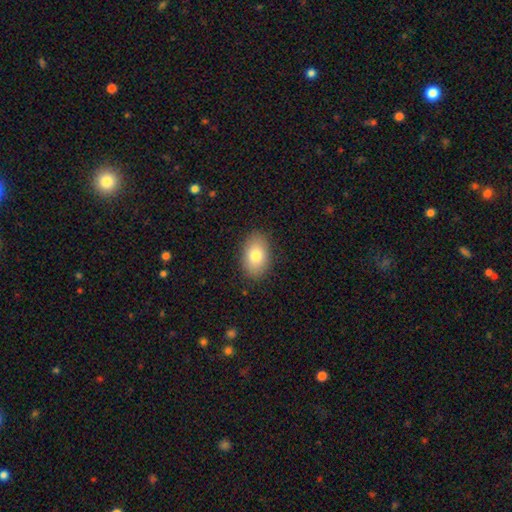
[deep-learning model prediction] This is likely a smooth galaxy (80%). How rounded: clearly in between (88%). Merging: clearly none (86%).